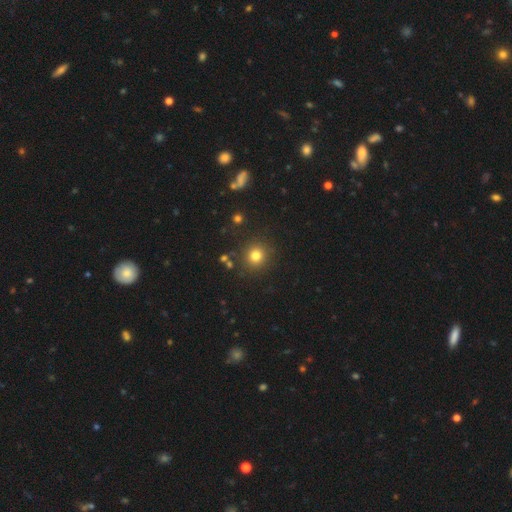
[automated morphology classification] smooth 79%, star or artifact 14%, featured or disk 6%. Down the decision tree: how rounded — round (92%); merging — none (87%).